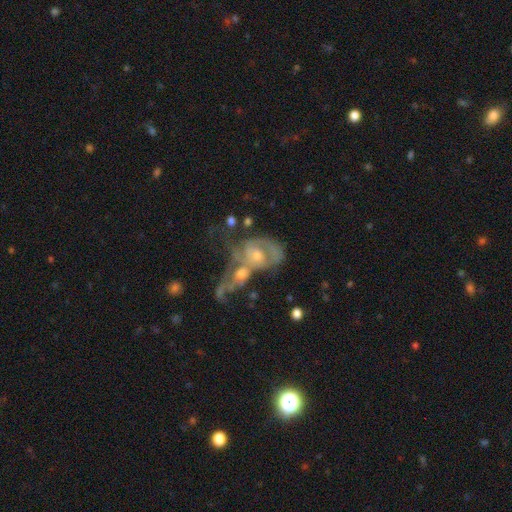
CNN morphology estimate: This appears to be a featured or disk galaxy (70%) with no bar (66%), spiral arms (67%) and a moderate central bulge (54%). Merging: merger (61%).